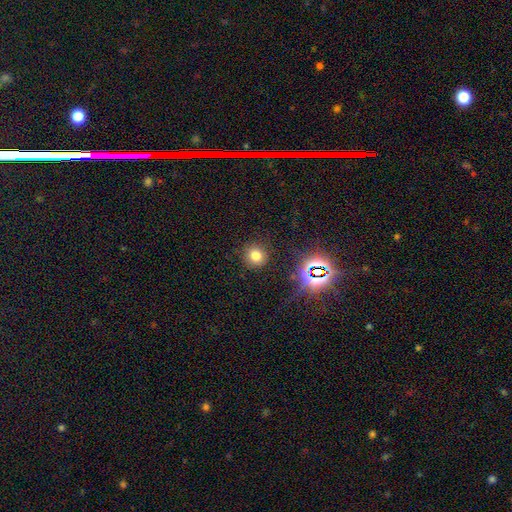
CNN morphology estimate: Smooth or featured?
  - smooth: 73% *
  - star or artifact: 20%
  - featured or disk: 7%
How rounded?
  - round: 88% *
  - in between: 11%
  - cigar-shaped: 1%
Merging?
  - none: 86% *
  - minor disturbance: 8%
  - major disturbance: 3%
  - merger: 2%